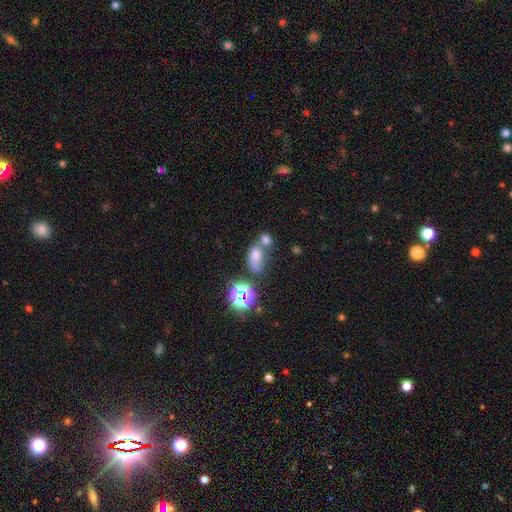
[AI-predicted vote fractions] Q: Smooth or featured?
A: smooth (62%); runner-up: star or artifact (22%)
Q: How rounded?
A: in between (73%); runner-up: round (24%)
Q: Merging?
A: merger (45%); runner-up: none (30%)